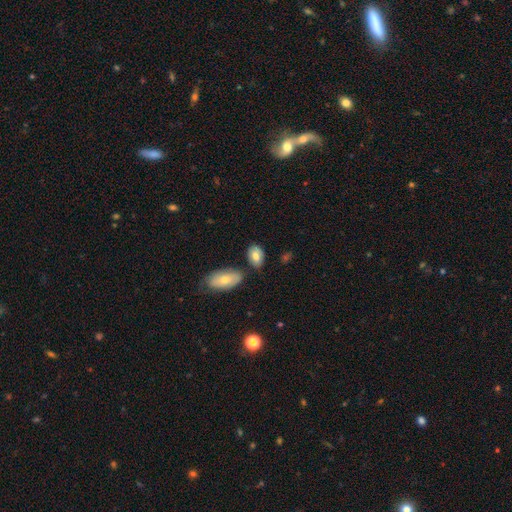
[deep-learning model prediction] Smooth or featured: smooth — 77% (featured or disk — 16%)
How rounded: in between — 90% (round — 8%)
Merging: none — 70% (minor disturbance — 14%)